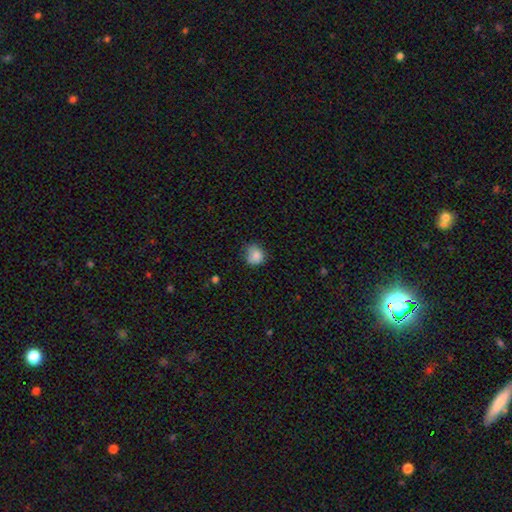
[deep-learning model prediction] smooth 84%, star or artifact 9%, featured or disk 7%. Down the decision tree: how rounded — round (78%); merging — none (62%).